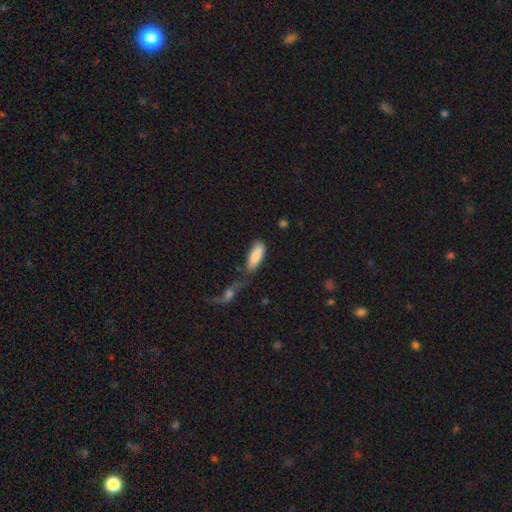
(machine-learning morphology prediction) smooth 84%, featured or disk 10%, star or artifact 6%. Down the decision tree: how rounded — in between (70%); merging — none (43%).